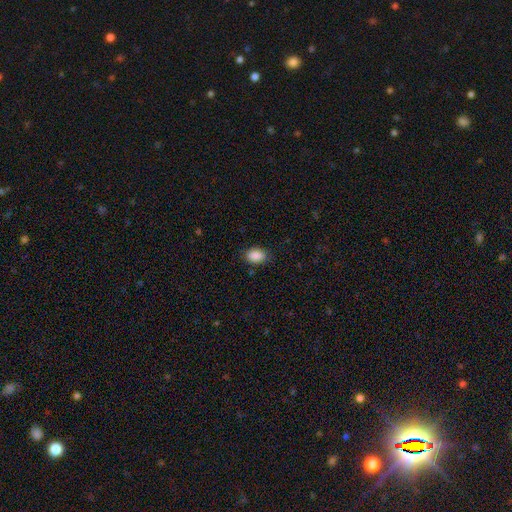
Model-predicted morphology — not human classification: This is clearly a smooth galaxy (89%). How rounded: clearly in between (81%). Merging: clearly none (83%).